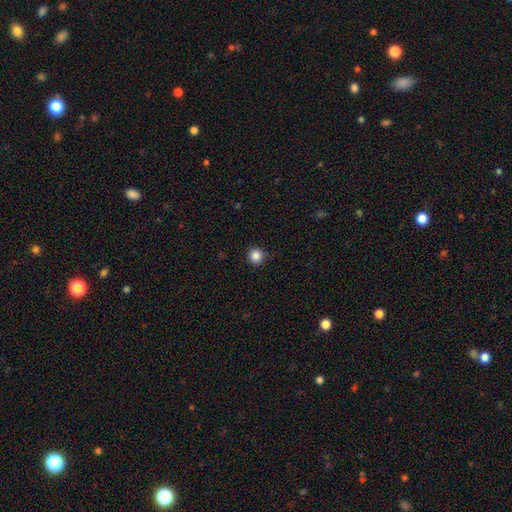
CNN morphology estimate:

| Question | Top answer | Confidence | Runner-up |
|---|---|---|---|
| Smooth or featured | smooth | 86% | star or artifact (11%) |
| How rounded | round | 94% | in between (5%) |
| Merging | none | 91% | minor disturbance (7%) |